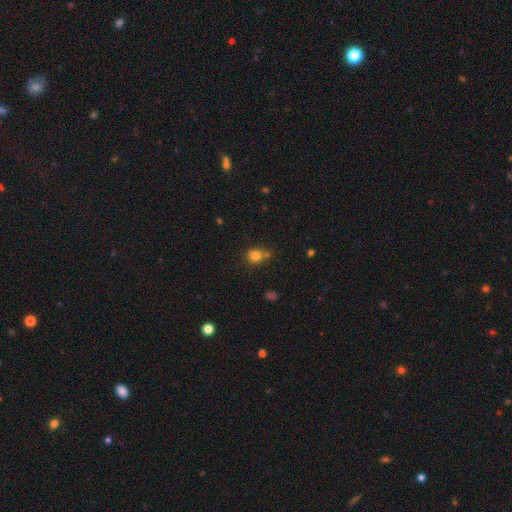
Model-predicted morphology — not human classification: Smooth or featured? smooth (79%)
How rounded? round (77%)
Merging? none (60%)